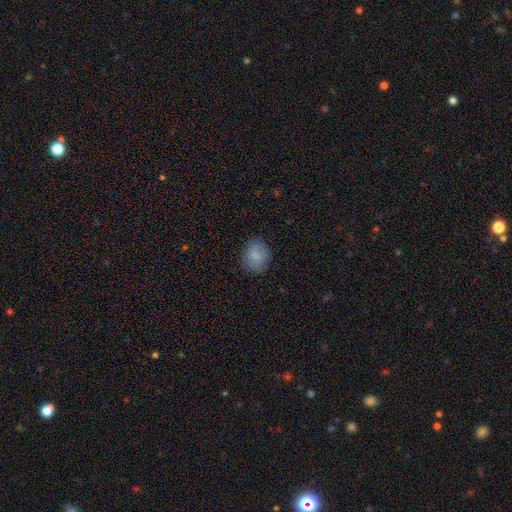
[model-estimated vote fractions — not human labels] A smooth galaxy with no disk features (85%) that is round (63%). Merging: none (83%).